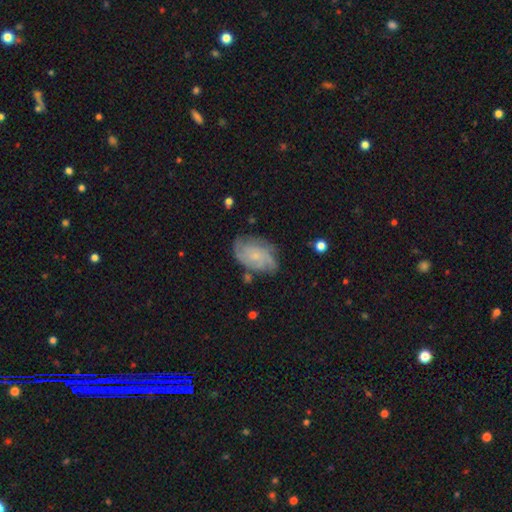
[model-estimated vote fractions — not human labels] Morphology: type=featured or disk (68%); edge-on=no (97%); bar=no (77%); spiral arms=yes (89%); winding=tight (49%); arm count=can't tell (38%); bulge=small (72%); merging=none (66%).